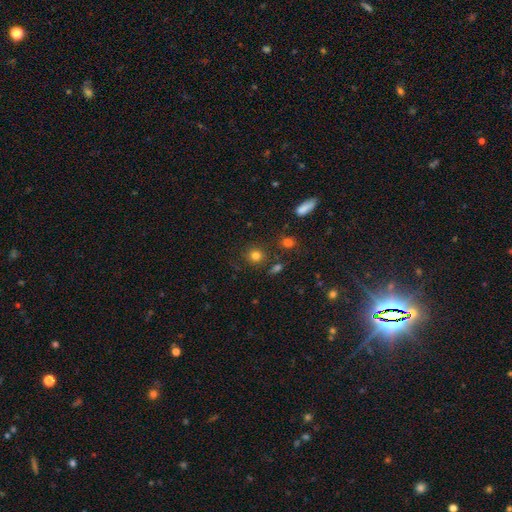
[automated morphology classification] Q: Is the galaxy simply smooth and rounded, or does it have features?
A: smooth — 79%.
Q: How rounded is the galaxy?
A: round — 89%.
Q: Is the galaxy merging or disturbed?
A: none — 83%.